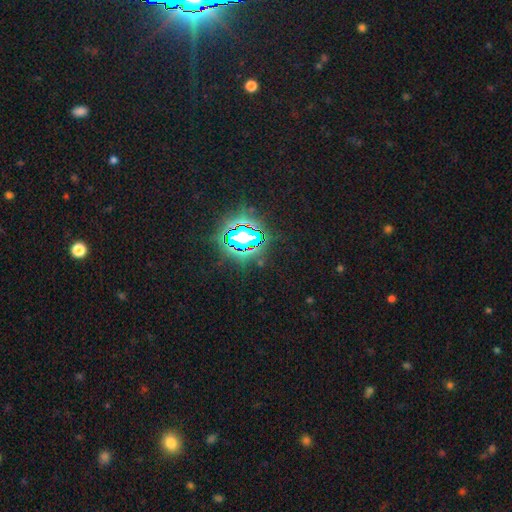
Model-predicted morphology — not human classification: Q: Smooth or featured?
A: star or artifact (81%); runner-up: smooth (12%)